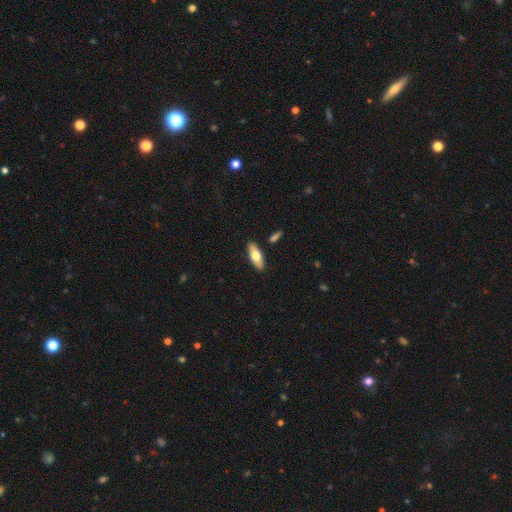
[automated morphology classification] The model was most divided on "smooth or featured": smooth: 63%, featured or disk: 31%, star or artifact: 6%. More confident: merging — none (87%); how rounded — in between (66%).